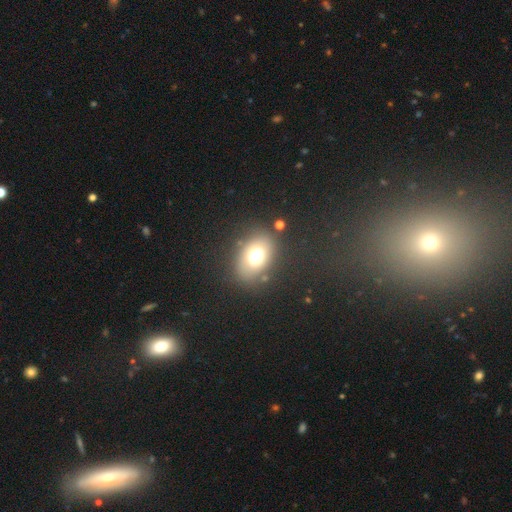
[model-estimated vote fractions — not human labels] Morphology: type=smooth (68%); roundness=in between (72%); merging=none (79%).